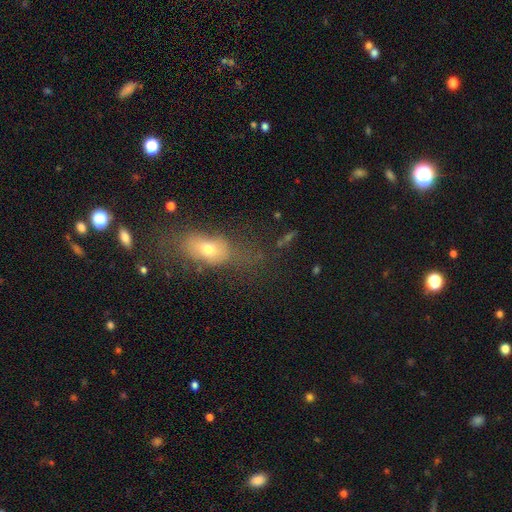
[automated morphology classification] type=smooth (46%); merging=none (67%).